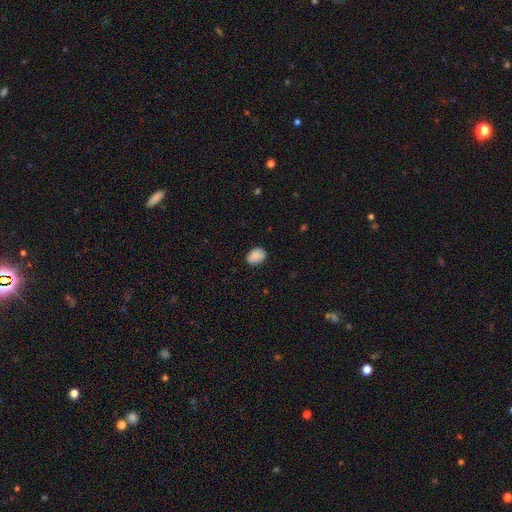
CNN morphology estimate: smooth_or_featured: smooth (p=0.87) [alt: star or artifact p=0.08]
how_rounded: in between (p=0.72) [alt: round p=0.27]
merging: none (p=0.77) [alt: minor disturbance p=0.18]